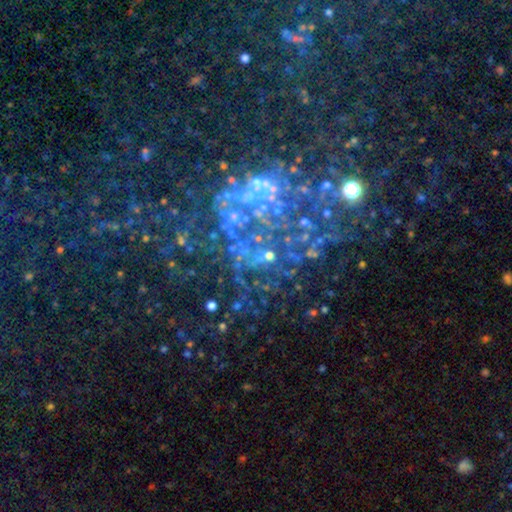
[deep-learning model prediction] Smooth or featured: featured or disk — 50% (star or artifact — 38%)
Edge-on disk: no — 97% (yes — 3%)
Merging: none — 50% (major disturbance — 26%)